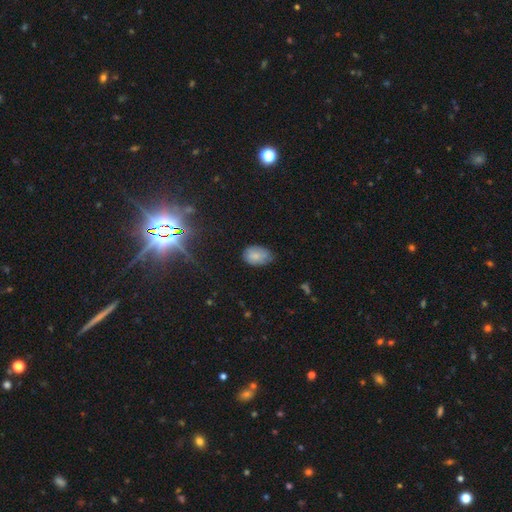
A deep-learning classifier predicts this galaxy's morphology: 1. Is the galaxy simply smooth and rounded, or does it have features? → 79% smooth, 11% featured or disk, 10% star or artifact.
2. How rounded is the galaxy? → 84% in between, 15% round, 1% cigar-shaped.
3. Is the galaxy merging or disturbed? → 58% none, 34% minor disturbance, 6% major disturbance, 2% merger.